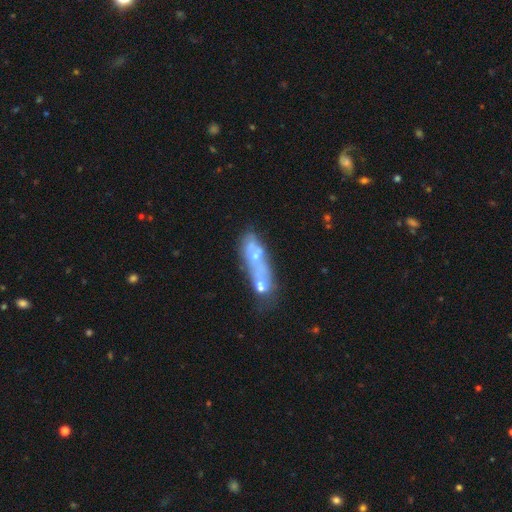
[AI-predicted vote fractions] smooth-or-featured: featured or disk: 49% | smooth: 38% | star or artifact: 13%
  merging: merger: 38% | none: 34% | minor disturbance: 16% | major disturbance: 13%